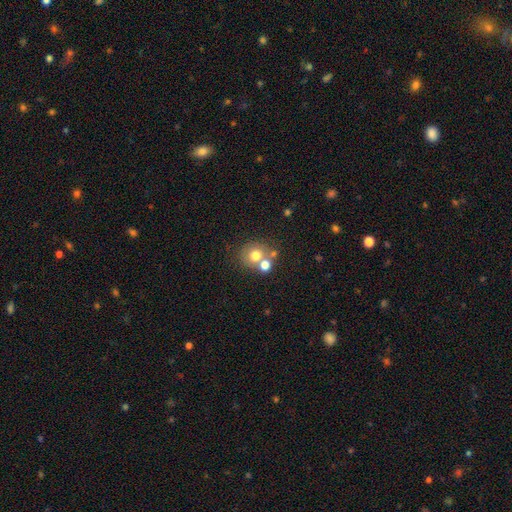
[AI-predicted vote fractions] A smooth galaxy with no disk features (70%) that is round (78%). Merging: none (51%).